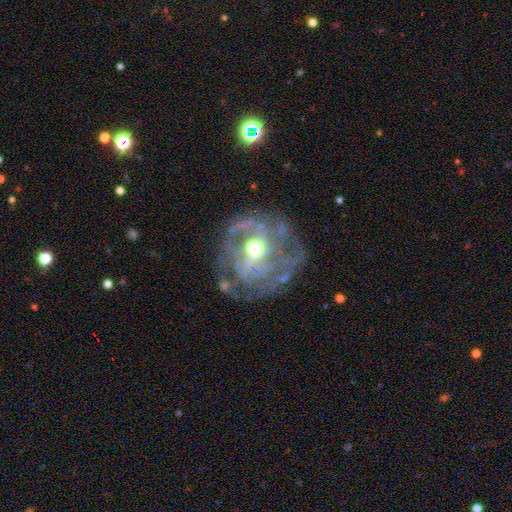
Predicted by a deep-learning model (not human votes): A featured or disk galaxy (80%) with no bar (51%), tight (49%) spiral arms (76%) and a moderate central bulge (65%). Merging: none (59%).